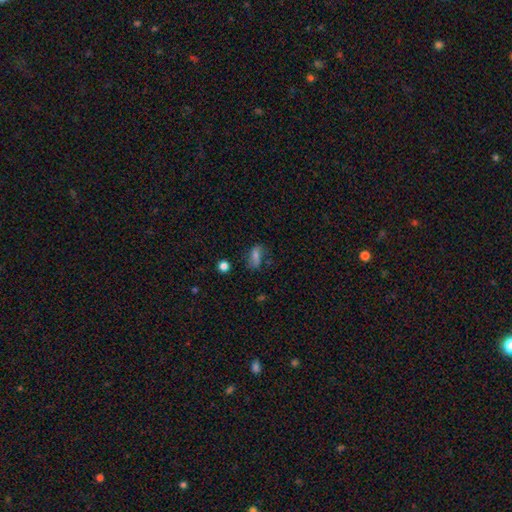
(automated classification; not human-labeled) Smooth or featured? smooth (60%)
How rounded? in between (77%)
Merging? none (66%)